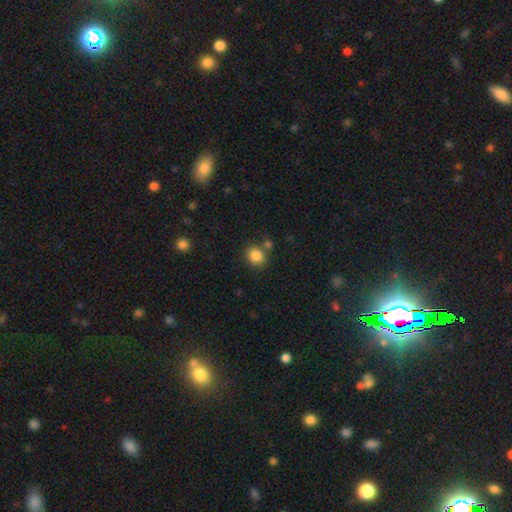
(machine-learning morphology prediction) A smooth galaxy with no disk features (85%) that is round (77%).

Vote fractions:
- Smooth or featured? smooth: 85% / star or artifact: 10% / featured or disk: 5%
- How rounded? round: 77% / in between: 22% / cigar-shaped: 1%
- Merging? none: 73% / merger: 13% / minor disturbance: 10% / major disturbance: 3%